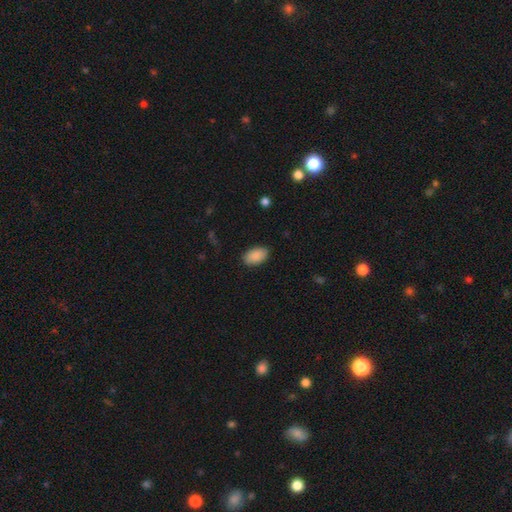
smooth_or_featured: smooth (p=0.89) [alt: featured or disk p=0.05]
how_rounded: in between (p=0.97) [alt: round p=0.03]
merging: none (p=0.86) [alt: minor disturbance p=0.08]